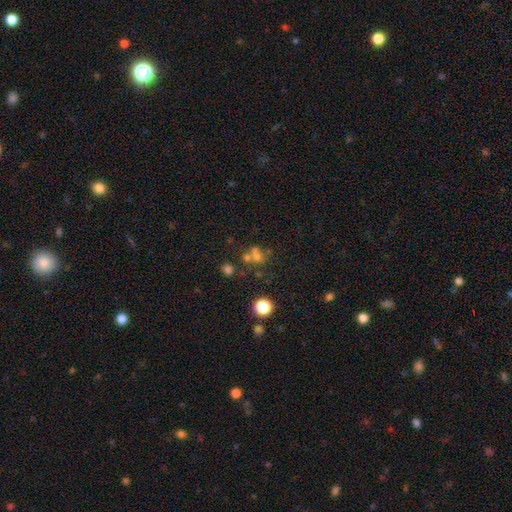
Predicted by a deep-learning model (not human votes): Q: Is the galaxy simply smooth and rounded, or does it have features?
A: smooth — 54%.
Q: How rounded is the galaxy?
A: round — 77%.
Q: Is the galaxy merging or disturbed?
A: merger — 42%, tied with none.